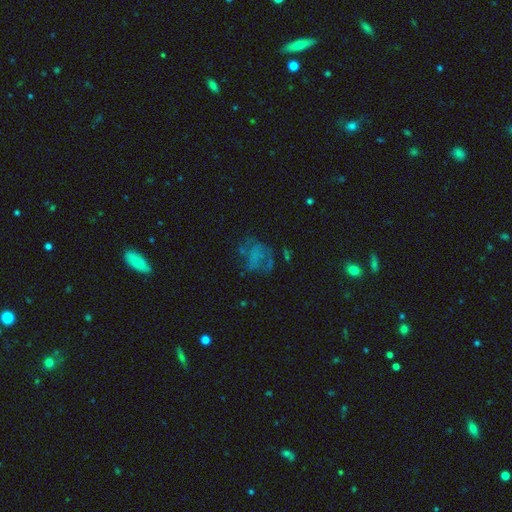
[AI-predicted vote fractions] Morphology: type=featured or disk (42%); merging=none (43%).